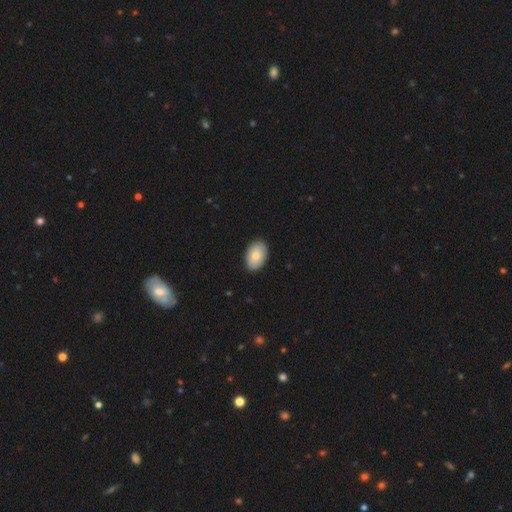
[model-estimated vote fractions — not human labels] A smooth galaxy with no disk features (82%) that is in between round and cigar-shaped (92%). Merging: none (88%).